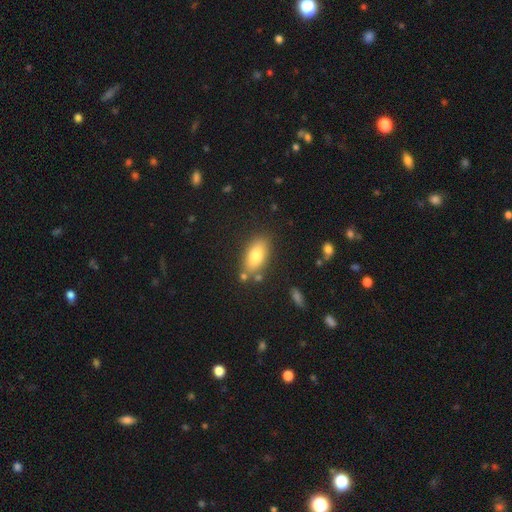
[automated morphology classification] Q: Smooth or featured?
A: smooth (79%); runner-up: featured or disk (13%)
Q: How rounded?
A: in between (89%); runner-up: cigar-shaped (6%)
Q: Merging?
A: none (76%); runner-up: minor disturbance (13%)